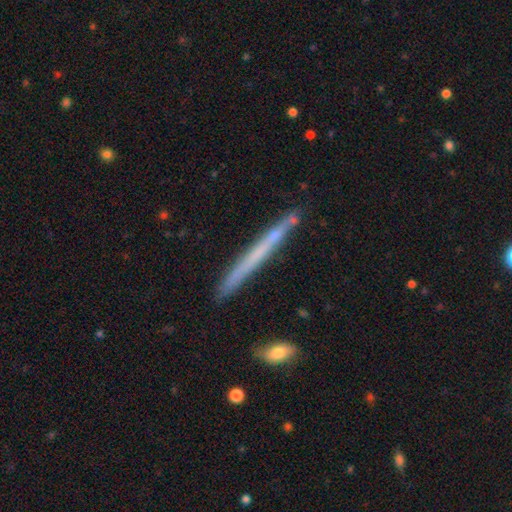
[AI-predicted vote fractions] Smooth or featured?
  - featured or disk: 50% *
  - smooth: 44%
  - star or artifact: 6%
Edge-on disk?
  - yes: 96% *
  - no: 4%
Merging?
  - none: 85% *
  - minor disturbance: 10%
  - merger: 2%
  - major disturbance: 2%